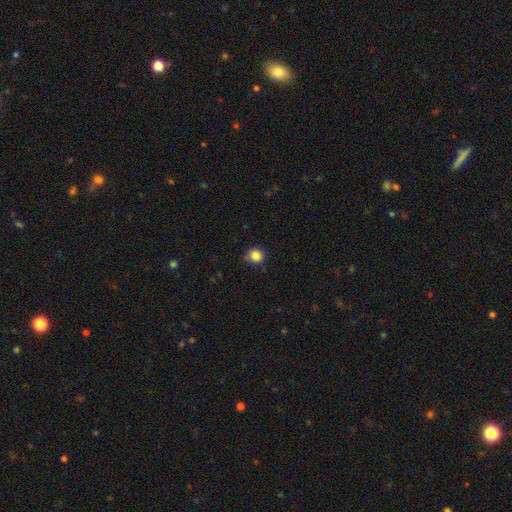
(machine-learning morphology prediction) type=smooth (84%); roundness=round (91%); merging=none (82%).